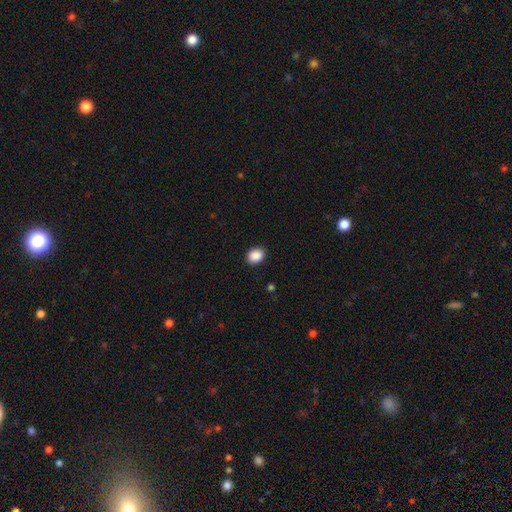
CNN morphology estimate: Smooth or featured: smooth — 89% (star or artifact — 8%)
How rounded: in between — 61% (round — 38%)
Merging: none — 90% (minor disturbance — 7%)